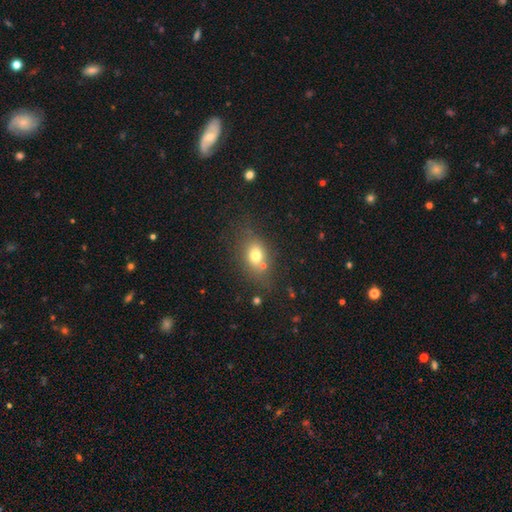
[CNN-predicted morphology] smooth 73%, featured or disk 14%, star or artifact 13%. Down the decision tree: how rounded — in between (62%); merging — none (67%).